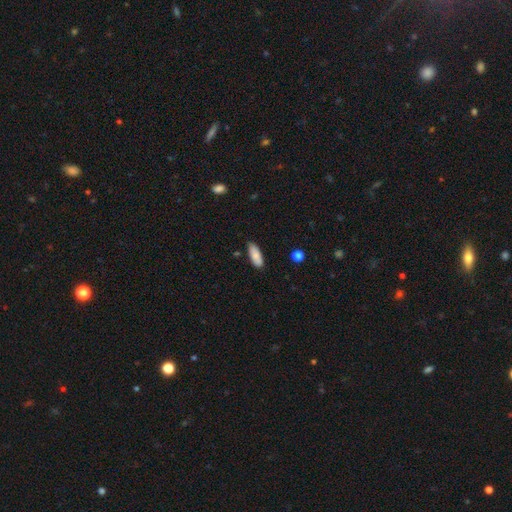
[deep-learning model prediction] Smooth or featured? smooth (83%)
How rounded? in between (77%)
Merging? none (79%)